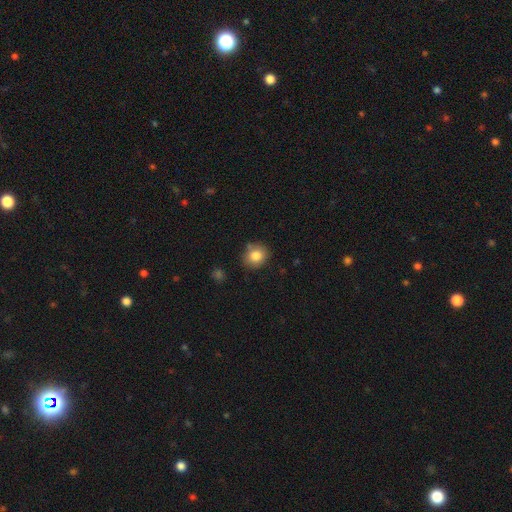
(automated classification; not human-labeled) Smooth or featured? Predicted: smooth (p=0.83). How rounded? Predicted: round (p=0.76). Merging? Predicted: none (p=0.79).